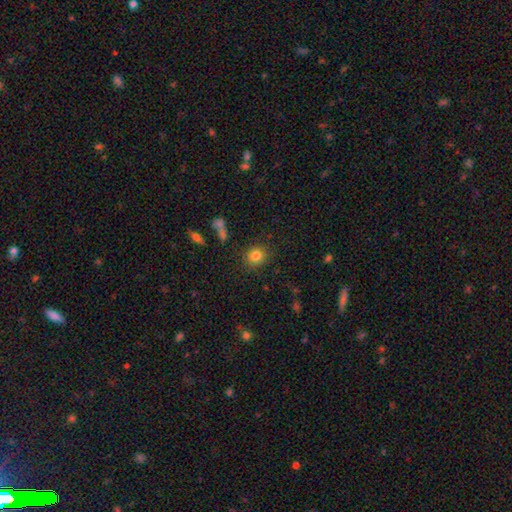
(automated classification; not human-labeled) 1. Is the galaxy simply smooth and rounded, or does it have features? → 83% smooth, 11% star or artifact, 6% featured or disk.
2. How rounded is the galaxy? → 81% round, 18% in between, 1% cigar-shaped.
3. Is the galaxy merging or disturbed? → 85% none, 9% minor disturbance, 3% major disturbance, 2% merger.